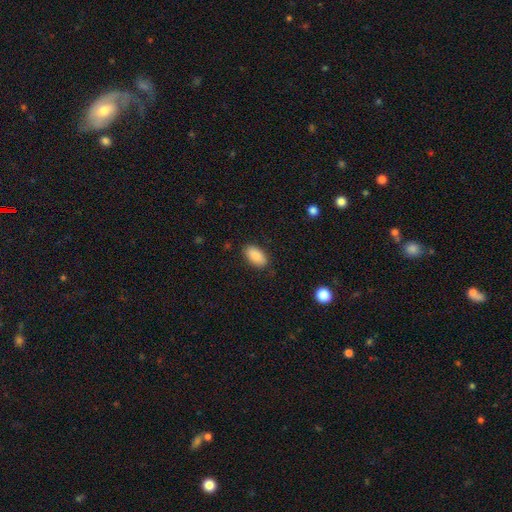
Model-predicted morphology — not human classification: This appears to be a smooth galaxy with no disk features (89%) that is in between round and cigar-shaped (94%). Merging: none (86%).